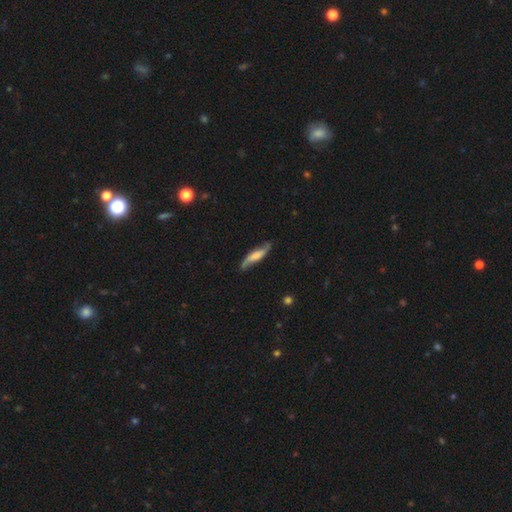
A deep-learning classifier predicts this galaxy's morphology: The model was most divided on "edge-on disk": no: 60%, yes: 40%. More confident: merging — none (76%); smooth or featured — featured or disk (61%).